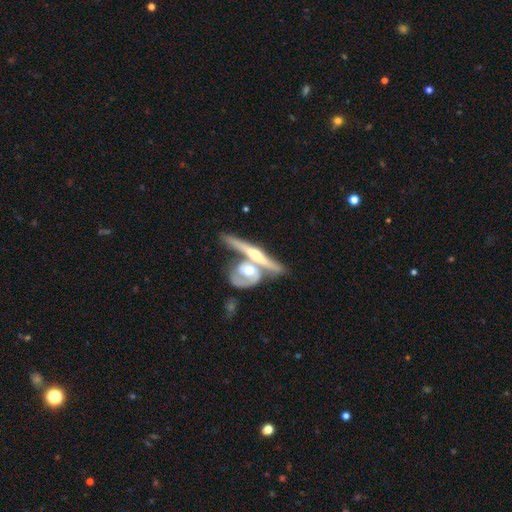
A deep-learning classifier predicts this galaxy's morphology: Q: Smooth or featured?
A: featured or disk (74%); runner-up: smooth (20%)
Q: Edge-on disk?
A: yes (85%); runner-up: no (15%)
Q: Edge-on bulge?
A: rounded (89%); runner-up: none (7%)
Q: Merging?
A: merger (43%); runner-up: none (41%)